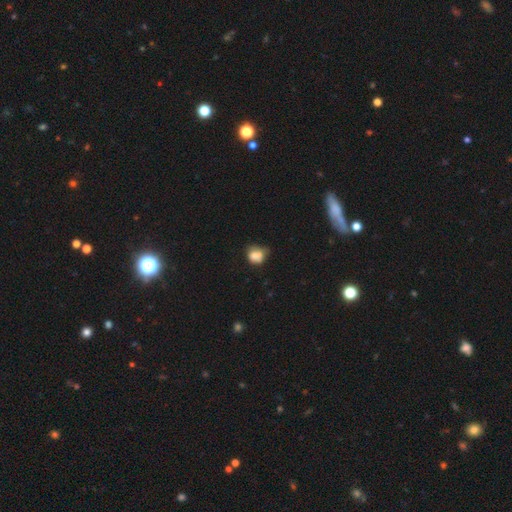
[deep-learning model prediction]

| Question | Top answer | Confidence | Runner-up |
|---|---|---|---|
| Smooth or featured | smooth | 77% | featured or disk (13%) |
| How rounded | round | 71% | in between (28%) |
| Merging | none | 41% | minor disturbance (31%) |